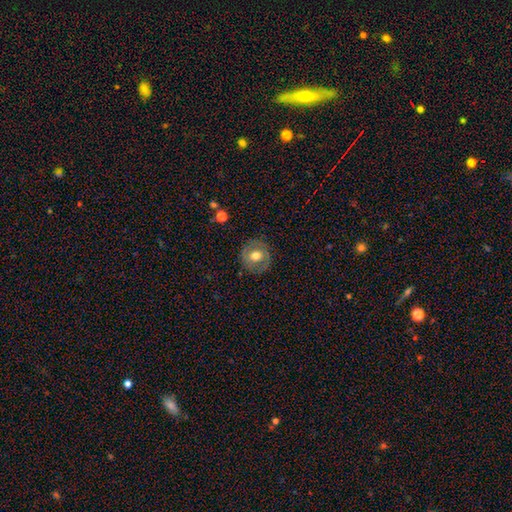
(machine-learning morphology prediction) Smooth or featured? smooth (52%)
How rounded? round (90%)
Merging? none (84%)